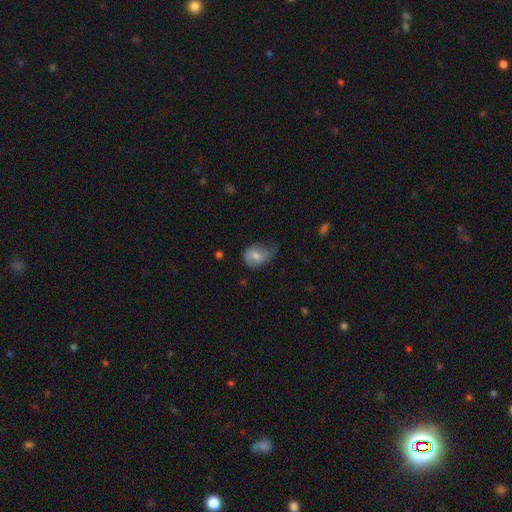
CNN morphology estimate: smooth-or-featured: smooth: 58% | featured or disk: 35% | star or artifact: 7%
  how-rounded: in between: 66% | round: 33% | cigar-shaped: 1%
  merging: minor disturbance: 41% | none: 32% | major disturbance: 25% | merger: 2%